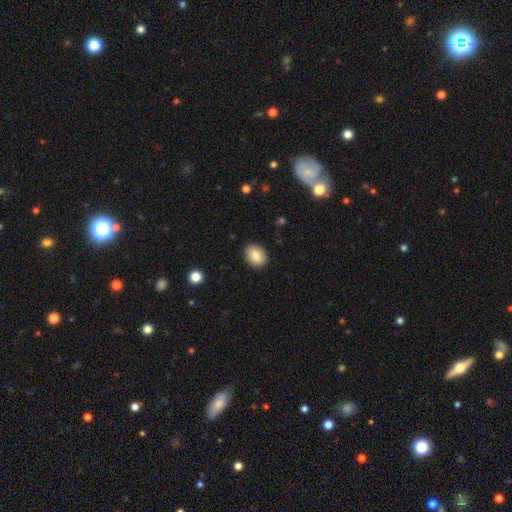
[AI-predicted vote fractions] Smooth or featured? Predicted: smooth (p=0.84). How rounded? Predicted: in between (p=0.71). Merging? Predicted: none (p=0.88).